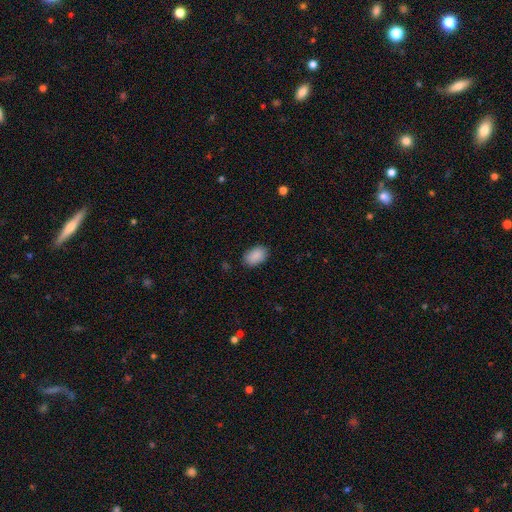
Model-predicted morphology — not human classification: Smooth or featured? smooth (90%)
How rounded? in between (91%)
Merging? none (87%)